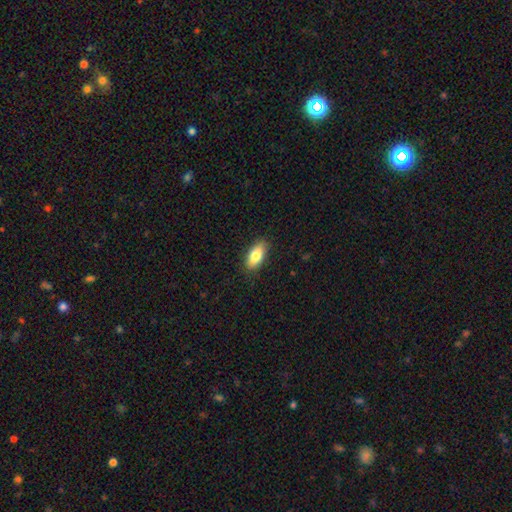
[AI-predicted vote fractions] This appears to be a smooth galaxy with no disk features (81%) that is in between round and cigar-shaped (88%). Merging: none (88%).